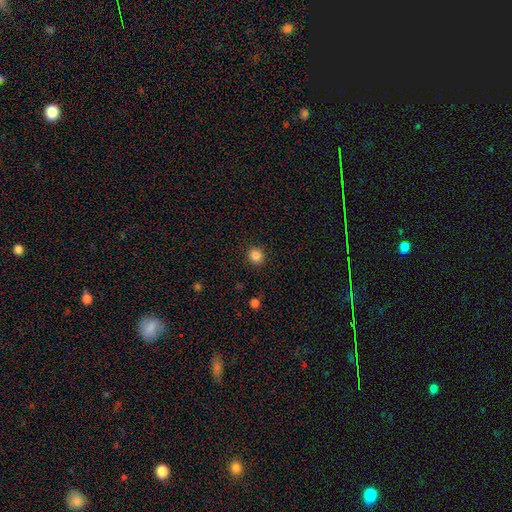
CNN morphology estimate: Smooth or featured?
  - smooth: 86% *
  - star or artifact: 11%
  - featured or disk: 3%
How rounded?
  - round: 85% *
  - in between: 14%
  - cigar-shaped: 1%
Merging?
  - none: 91% *
  - minor disturbance: 6%
  - major disturbance: 2%
  - merger: 1%